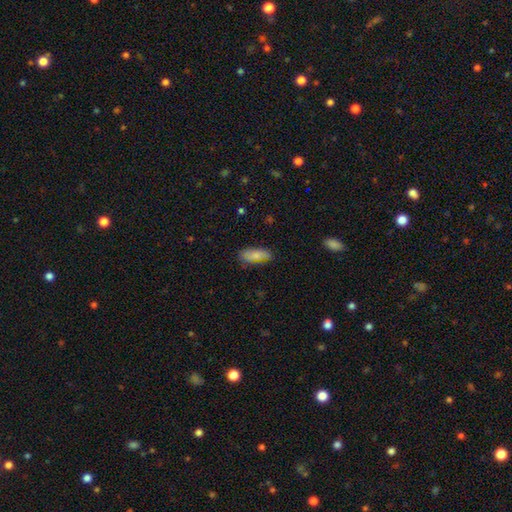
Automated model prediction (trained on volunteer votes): This is clearly a smooth galaxy (84%). How rounded: likely in between (76%). Merging: likely none (74%).